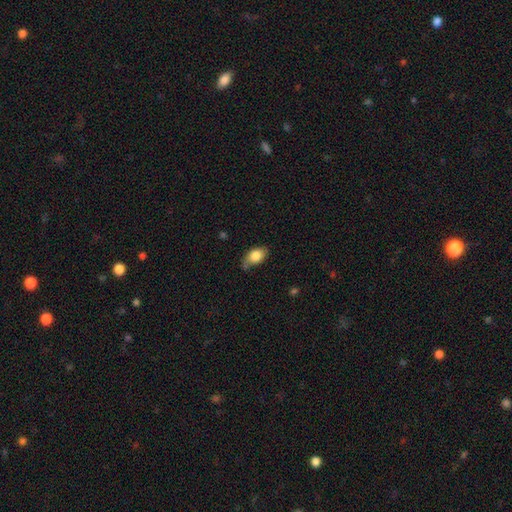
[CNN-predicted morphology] Q: Smooth or featured?
A: smooth (80%); runner-up: featured or disk (12%)
Q: How rounded?
A: in between (88%); runner-up: round (9%)
Q: Merging?
A: none (57%); runner-up: minor disturbance (32%)